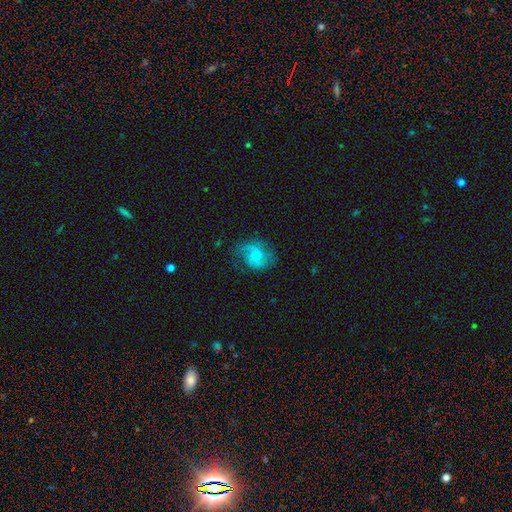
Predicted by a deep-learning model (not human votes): Smooth or featured: featured or disk — 65% (smooth — 28%)
Edge-on disk: no — 98% (yes — 2%)
Bar: no — 55% (weak — 39%)
Spiral arms: yes — 90% (no — 10%)
Spiral winding: medium — 48% (loose — 36%)
Spiral arm count: 2 — 75% (1 — 12%)
Bulge size: small — 46% (moderate — 30%)
Merging: none — 62% (minor disturbance — 22%)